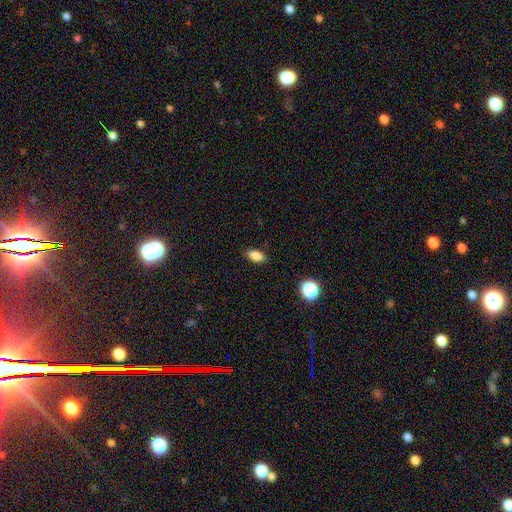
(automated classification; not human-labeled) Smooth or featured? smooth (86%)
How rounded? in between (88%)
Merging? none (86%)